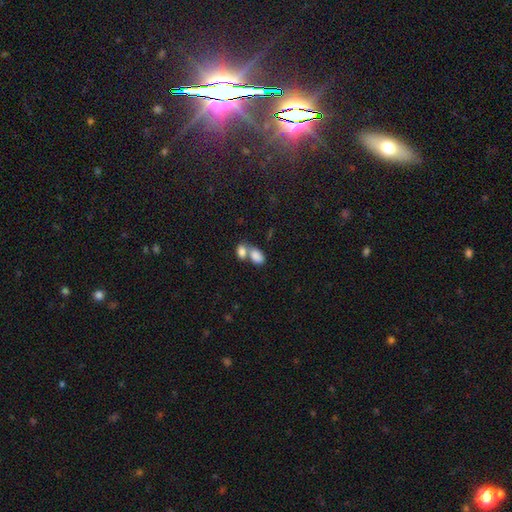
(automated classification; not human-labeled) This appears to be a smooth galaxy with no disk features (83%) that is in between round and cigar-shaped (87%). Merging: merger (62%).